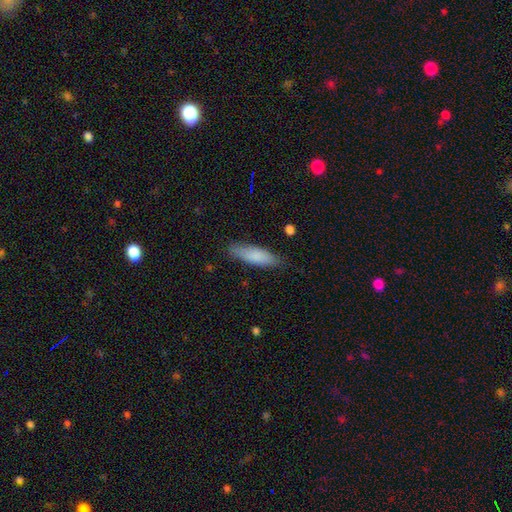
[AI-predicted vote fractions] smooth_or_featured: smooth (p=0.82) [alt: featured or disk p=0.12]
how_rounded: cigar-shaped (p=0.62) [alt: in between p=0.37]
merging: none (p=0.83) [alt: minor disturbance p=0.14]